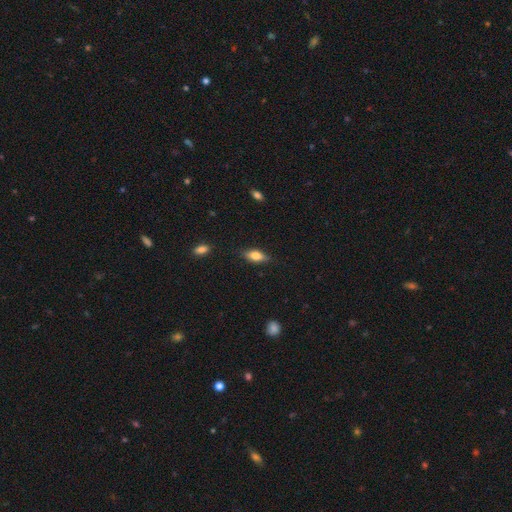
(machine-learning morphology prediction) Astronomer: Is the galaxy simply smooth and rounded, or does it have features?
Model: smooth — 67%.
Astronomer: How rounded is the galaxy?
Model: in between — 75%.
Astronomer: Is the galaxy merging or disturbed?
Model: none — 81%.